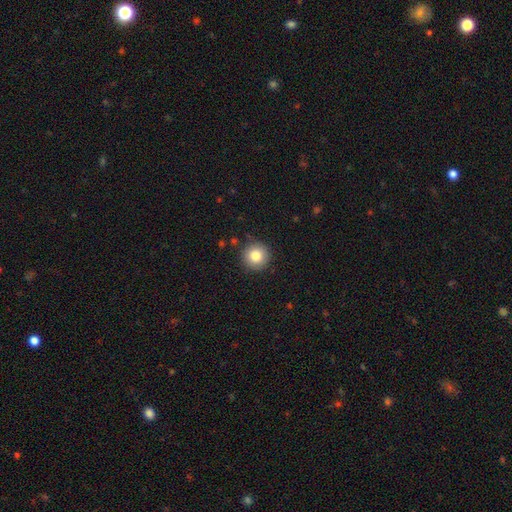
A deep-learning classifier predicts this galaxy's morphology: type=smooth (83%); roundness=round (95%); merging=none (91%).